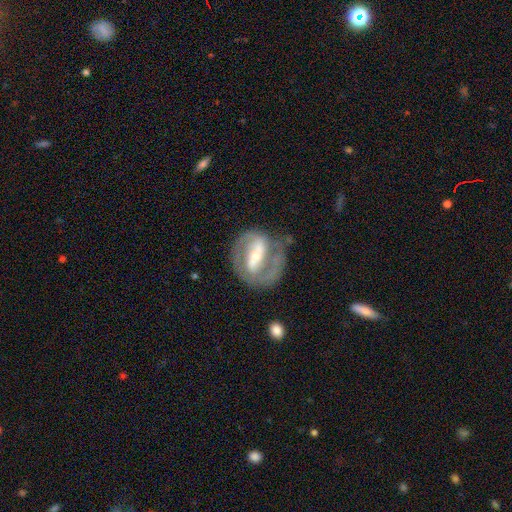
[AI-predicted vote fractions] The model was most divided on "spiral winding": tight: 45%, medium: 42%, loose: 13%. Remaining: edge-on disk — no (94%); spiral arms — yes (83%); smooth or featured — featured or disk (82%); spiral arm count — 2 (77%); merging — none (67%); bar — strong (63%); bulge size — moderate (47%).